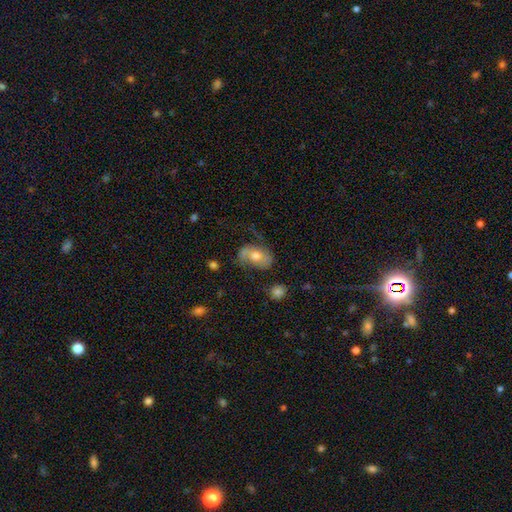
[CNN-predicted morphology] A smooth galaxy with no disk features (53%) that is in between round and cigar-shaped (83%). Merging: none (50%).